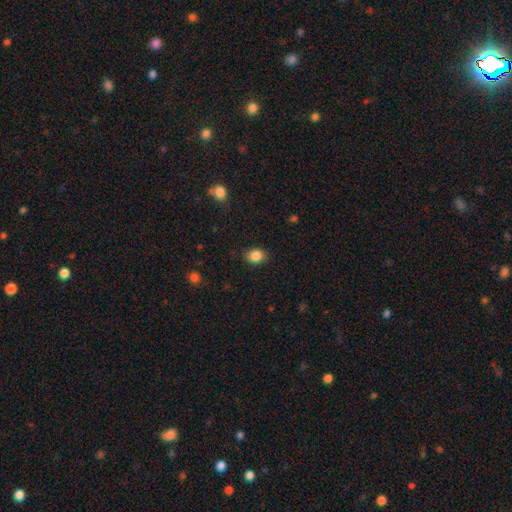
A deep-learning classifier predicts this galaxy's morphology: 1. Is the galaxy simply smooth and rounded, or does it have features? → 86% smooth, 9% star or artifact, 4% featured or disk.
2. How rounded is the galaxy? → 55% in between, 44% round, 1% cigar-shaped.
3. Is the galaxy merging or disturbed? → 84% none, 12% minor disturbance, 3% major disturbance, 1% merger.